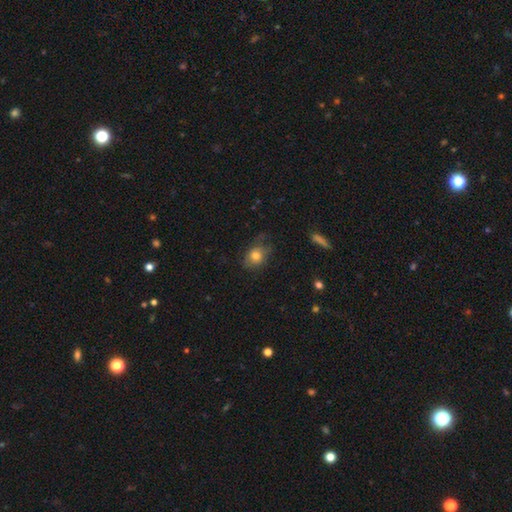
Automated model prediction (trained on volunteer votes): This is likely a smooth galaxy (73%). How rounded: possibly in between (50%). Merging: possibly none (57%).